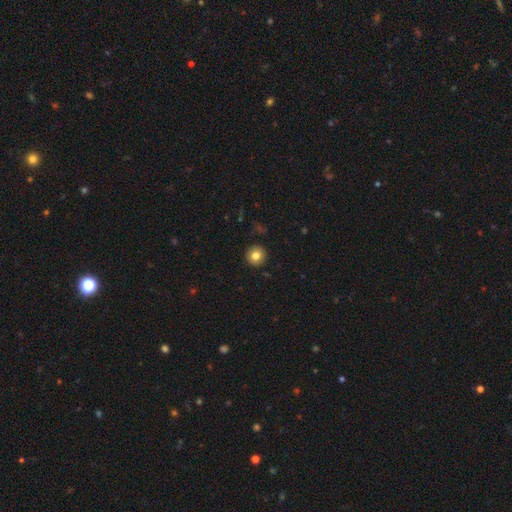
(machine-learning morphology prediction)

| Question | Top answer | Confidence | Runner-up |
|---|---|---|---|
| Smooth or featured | smooth | 81% | star or artifact (10%) |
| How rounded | round | 94% | in between (5%) |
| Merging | none | 92% | minor disturbance (5%) |